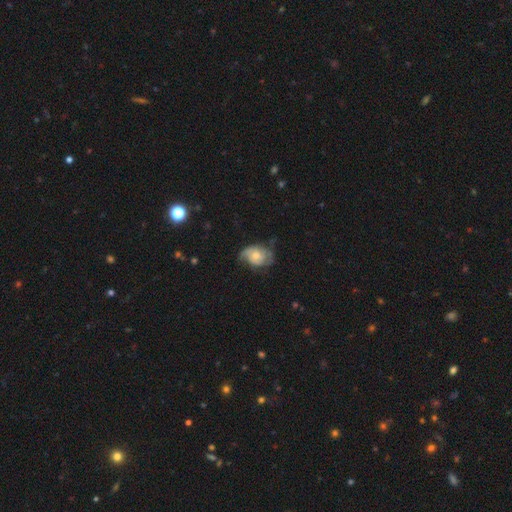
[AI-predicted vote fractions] This appears to be a featured or disk galaxy (64%) with no bar (70%), 2 (65%) medium (41%) spiral arms (88%) and a moderate central bulge (50%). Merging: none (53%).